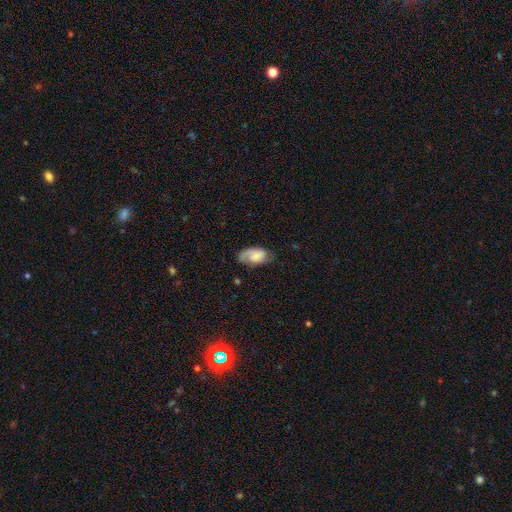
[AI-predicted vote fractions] smooth-or-featured: smooth: 51% | featured or disk: 42% | star or artifact: 7%
  how-rounded: in between: 92% | round: 5% | cigar-shaped: 3%
  merging: none: 62% | minor disturbance: 26% | major disturbance: 11% | merger: 2%